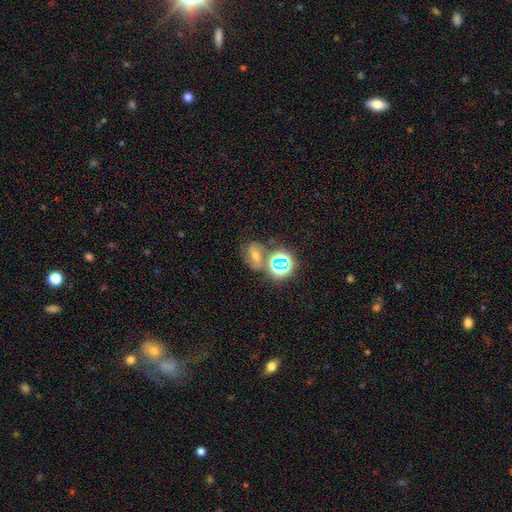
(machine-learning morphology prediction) Q: Smooth or featured?
A: star or artifact (39%); runner-up: featured or disk (36%)